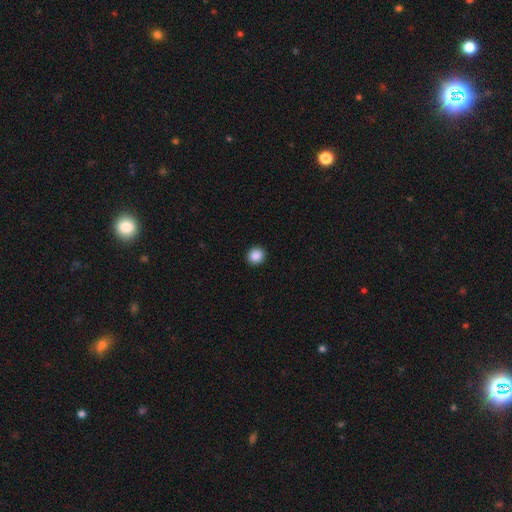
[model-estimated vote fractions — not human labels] smooth-or-featured: smooth: 88% | star or artifact: 9% | featured or disk: 2%
  how-rounded: round: 86% | in between: 13% | cigar-shaped: 1%
  merging: none: 92% | minor disturbance: 5% | major disturbance: 2% | merger: 1%